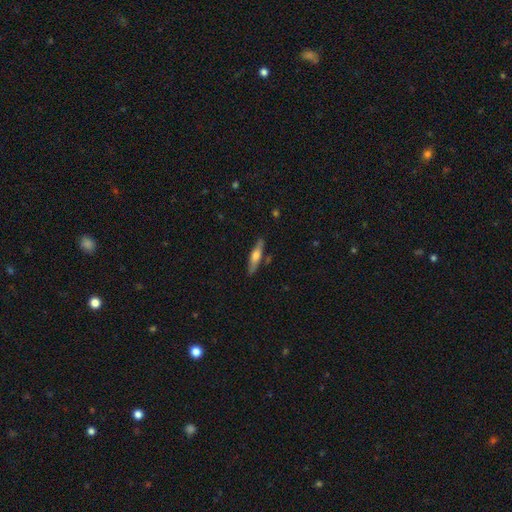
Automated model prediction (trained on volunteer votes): smooth 52%, featured or disk 43%, star or artifact 6%. Down the decision tree: how rounded — cigar-shaped (77%); merging — none (83%).